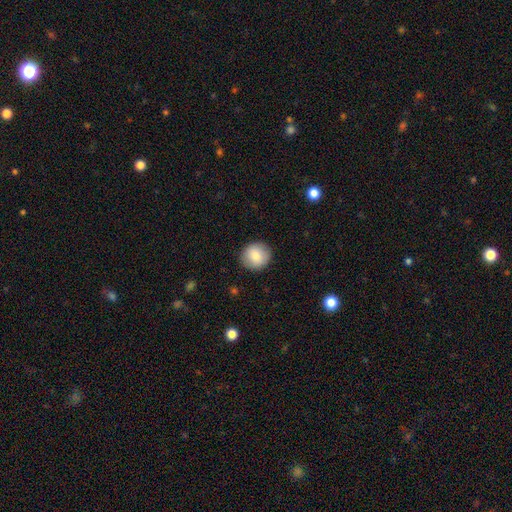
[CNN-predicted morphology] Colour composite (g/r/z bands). It shows a smooth galaxy with no disk features (82%) that is round (90%). Merging: none (90%).